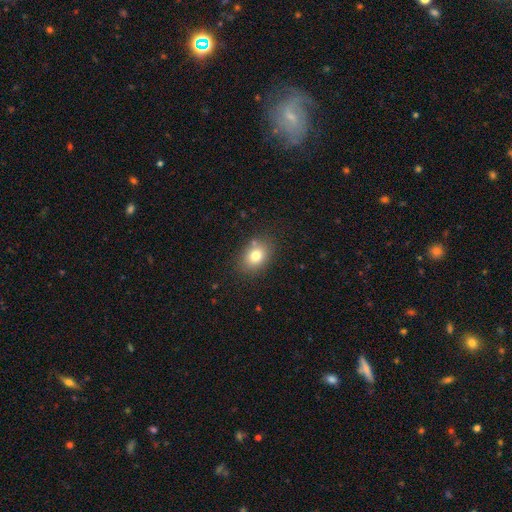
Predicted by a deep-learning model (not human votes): Morphology: type=smooth (78%); roundness=in between (66%); merging=none (80%).